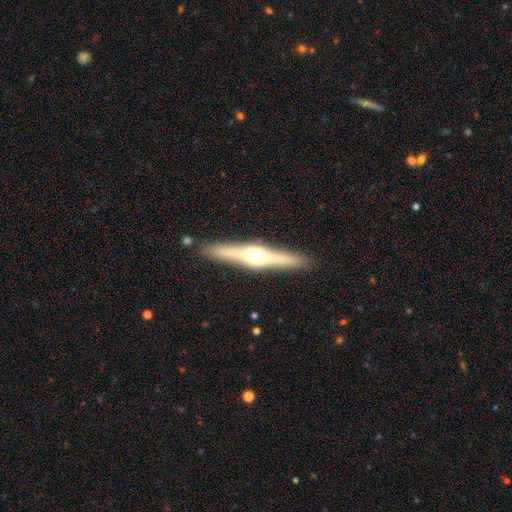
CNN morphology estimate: Smooth or featured: featured or disk — 76% (smooth — 18%)
Edge-on disk: yes — 98% (no — 2%)
Edge-on bulge: rounded — 92% (boxy — 5%)
Merging: none — 90% (minor disturbance — 7%)